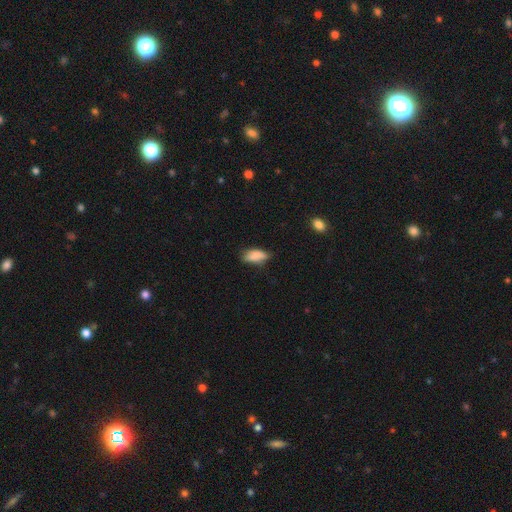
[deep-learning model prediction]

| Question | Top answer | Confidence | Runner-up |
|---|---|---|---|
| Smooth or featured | smooth | 83% | featured or disk (9%) |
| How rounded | in between | 84% | cigar-shaped (14%) |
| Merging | none | 62% | minor disturbance (30%) |